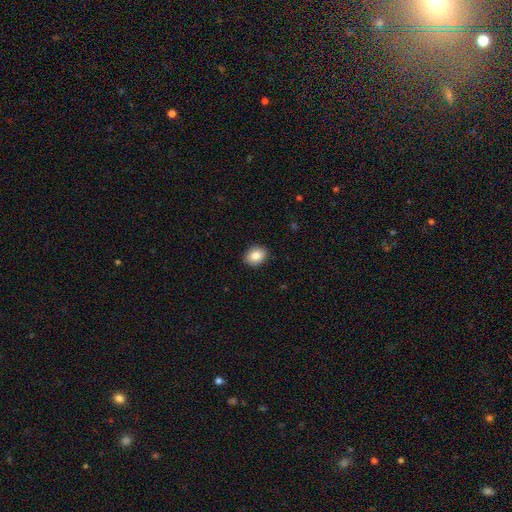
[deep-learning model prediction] smooth-or-featured: smooth: 85% | star or artifact: 8% | featured or disk: 6%
  how-rounded: in between: 57% | round: 42% | cigar-shaped: 1%
  merging: none: 90% | minor disturbance: 7% | major disturbance: 2% | merger: 1%